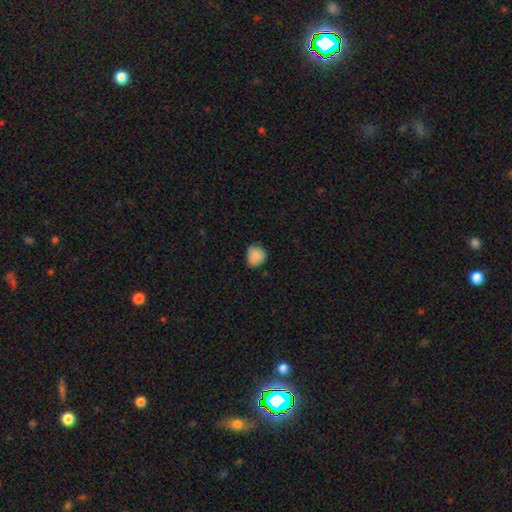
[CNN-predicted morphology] type=smooth (85%); roundness=round (82%); merging=none (70%).